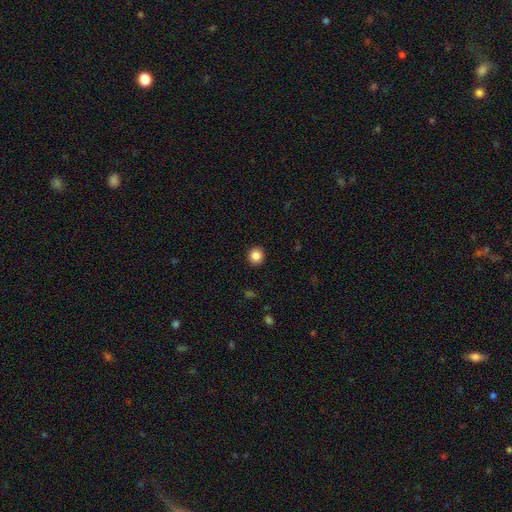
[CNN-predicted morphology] Smooth or featured?
  - smooth: 86% *
  - star or artifact: 10%
  - featured or disk: 4%
How rounded?
  - round: 92% *
  - in between: 7%
  - cigar-shaped: 1%
Merging?
  - none: 92% *
  - minor disturbance: 5%
  - major disturbance: 2%
  - merger: 1%